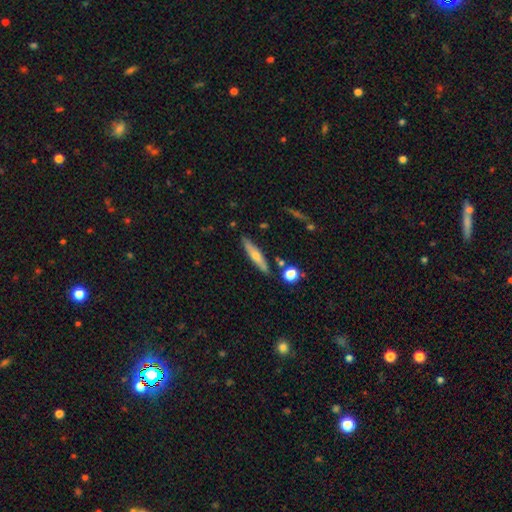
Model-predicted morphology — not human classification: The model was most divided on "smooth or featured": smooth: 47%, featured or disk: 45%, star or artifact: 8%. More confident: merging — none (84%).